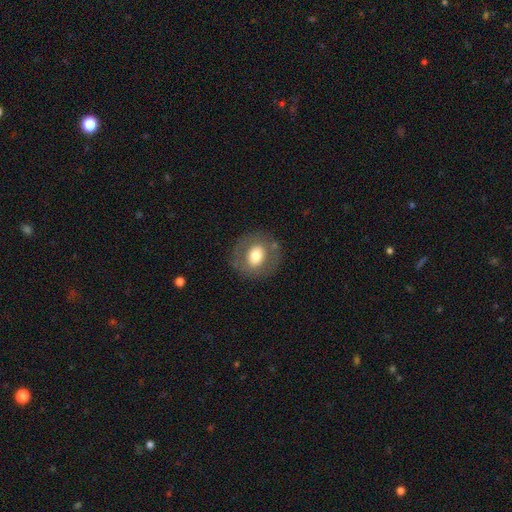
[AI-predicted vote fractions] A smooth galaxy with no disk features (61%) that is round (69%). Merging: none (82%).